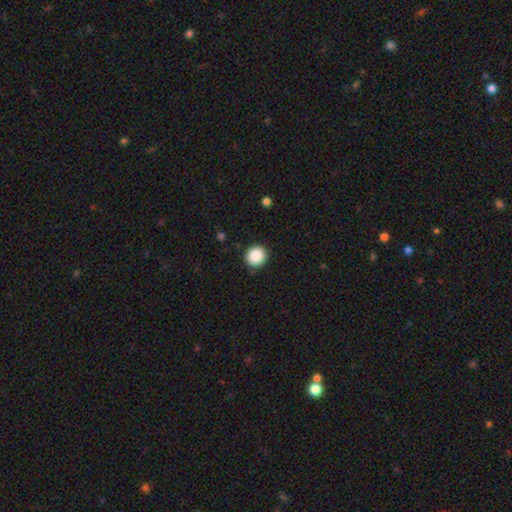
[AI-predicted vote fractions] smooth 88%, star or artifact 9%, featured or disk 3%. Down the decision tree: how rounded — round (93%); merging — none (90%).